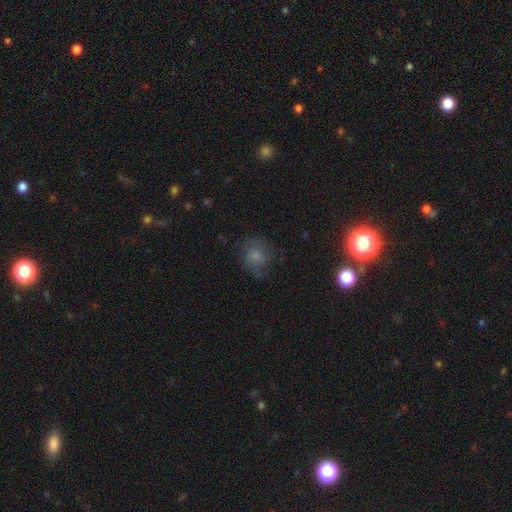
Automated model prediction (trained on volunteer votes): The model was most divided on "merging": none: 62%, minor disturbance: 23%, major disturbance: 13%, merger: 1%. More confident: how rounded — round (78%); smooth or featured — smooth (66%).